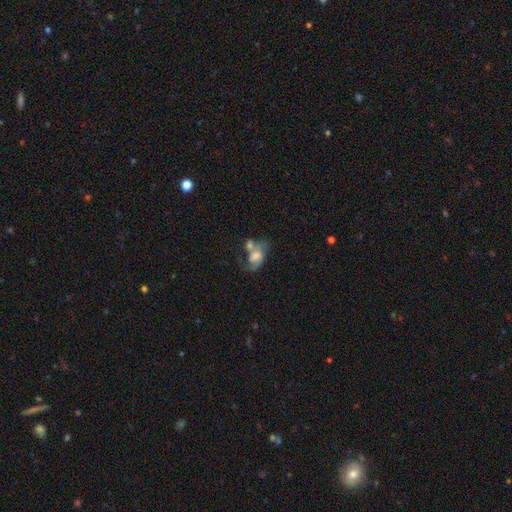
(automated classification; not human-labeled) Overall: featured or disk (49%; smooth 42%). Merging: merger (42%; none 24%).